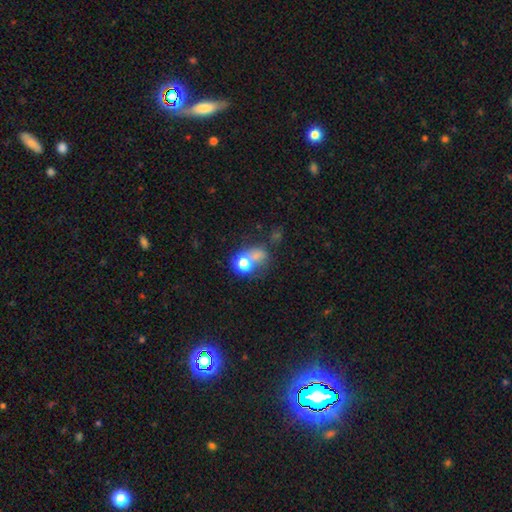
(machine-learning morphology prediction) This is likely a smooth galaxy (62%). How rounded: likely round (64%). Merging: possibly merger (47%).